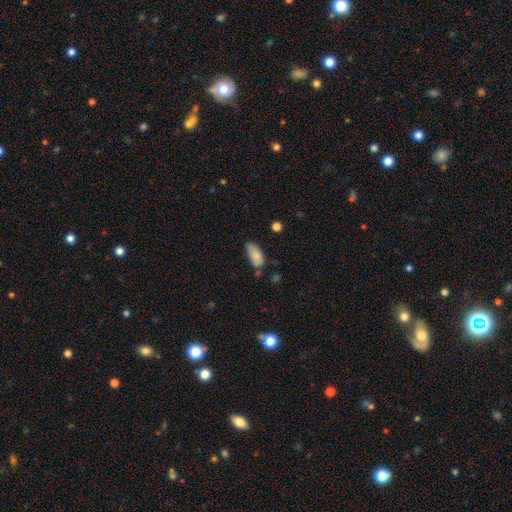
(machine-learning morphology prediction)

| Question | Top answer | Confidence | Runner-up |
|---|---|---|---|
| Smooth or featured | smooth | 82% | featured or disk (10%) |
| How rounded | in between | 88% | cigar-shaped (9%) |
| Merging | none | 49% | minor disturbance (36%) |